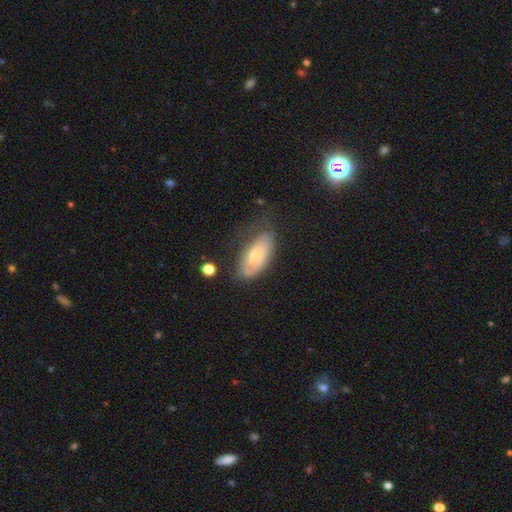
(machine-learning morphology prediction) This appears to be a smooth galaxy with no disk features (51%) that is in between round and cigar-shaped (88%). Merging: none (53%).